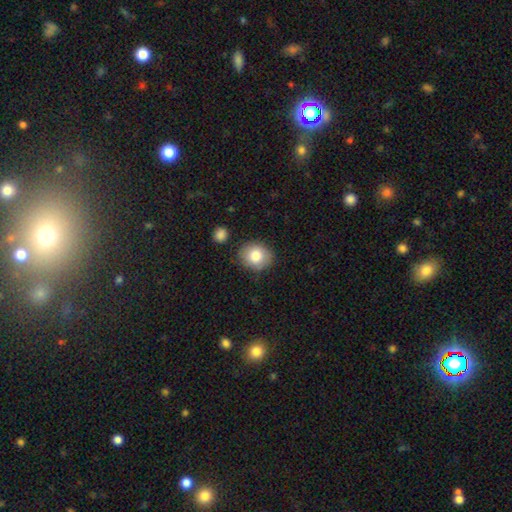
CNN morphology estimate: Q: Smooth or featured?
A: smooth (82%); runner-up: featured or disk (10%)
Q: How rounded?
A: round (71%); runner-up: in between (28%)
Q: Merging?
A: none (83%); runner-up: minor disturbance (11%)